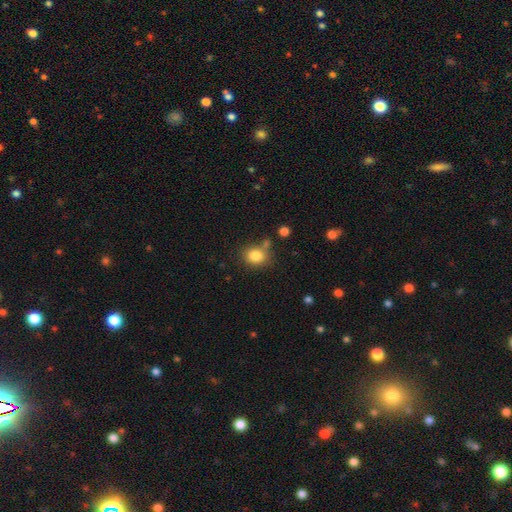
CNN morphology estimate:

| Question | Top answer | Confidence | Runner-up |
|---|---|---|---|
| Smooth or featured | smooth | 83% | star or artifact (11%) |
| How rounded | round | 61% | in between (38%) |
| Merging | none | 67% | minor disturbance (16%) |